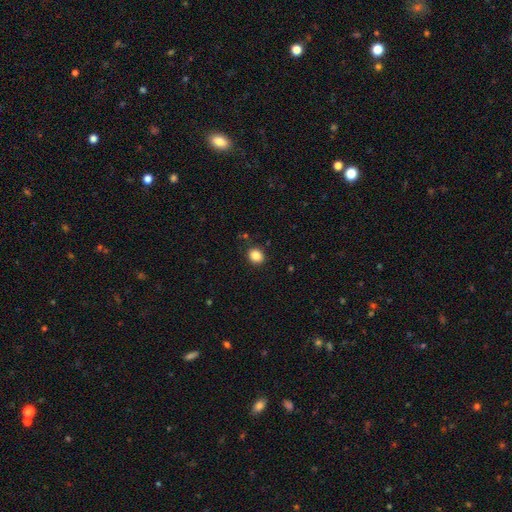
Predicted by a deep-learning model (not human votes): smooth_or_featured: smooth (p=0.86) [alt: star or artifact p=0.10]
how_rounded: round (p=0.64) [alt: in between p=0.35]
merging: none (p=0.88) [alt: minor disturbance p=0.08]